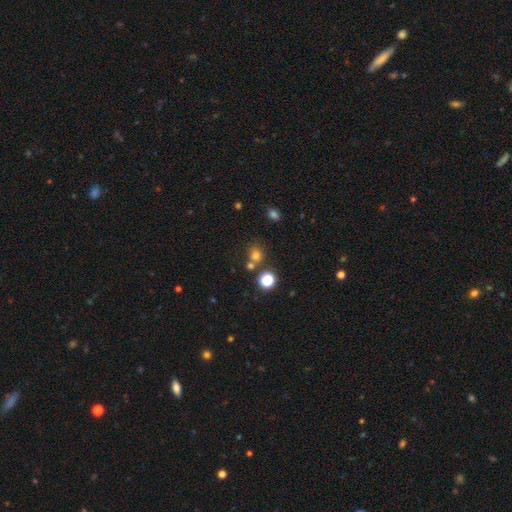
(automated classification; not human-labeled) Smooth or featured: smooth — 70% (star or artifact — 22%)
How rounded: round — 82% (in between — 17%)
Merging: none — 64% (merger — 21%)